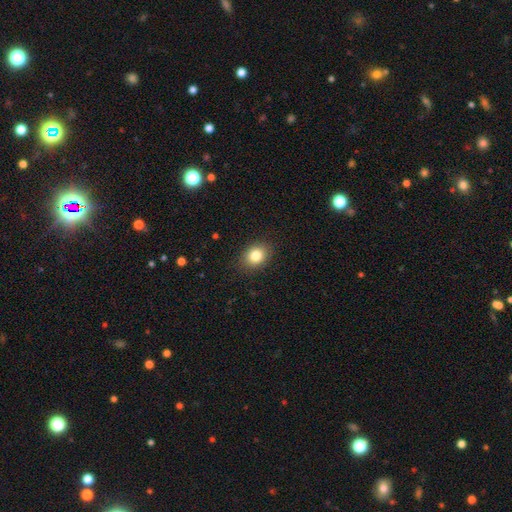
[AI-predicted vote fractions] Smooth or featured? smooth (82%)
How rounded? in between (57%)
Merging? none (87%)